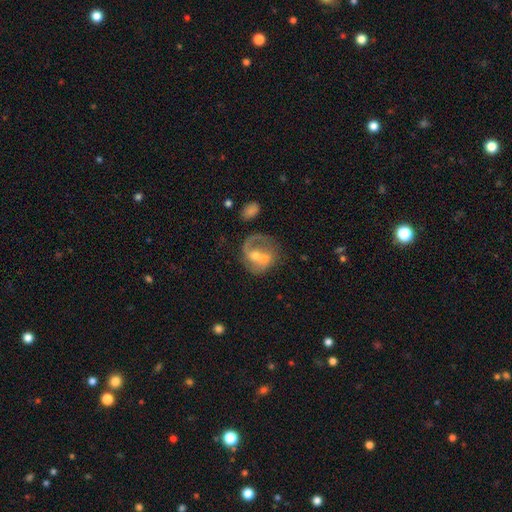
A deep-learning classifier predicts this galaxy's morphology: Q: Smooth or featured?
A: featured or disk (66%); runner-up: smooth (26%)
Q: Edge-on disk?
A: no (97%); runner-up: yes (3%)
Q: Bar?
A: no (51%); runner-up: weak (36%)
Q: Spiral arms?
A: yes (71%); runner-up: no (29%)
Q: Bulge size?
A: moderate (52%); runner-up: small (37%)
Q: Merging?
A: merger (48%); runner-up: none (27%)